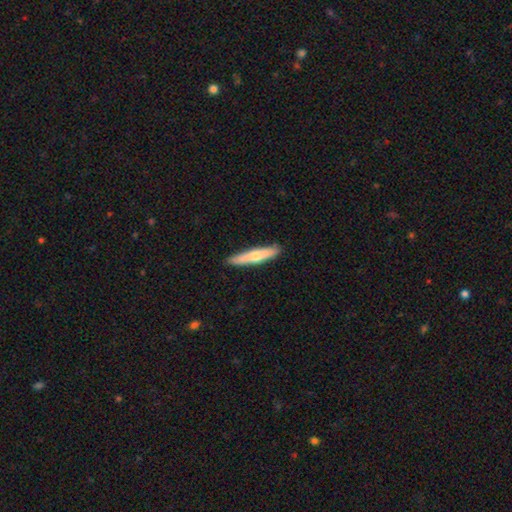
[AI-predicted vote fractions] A smooth galaxy with no disk features (57%) that is cigar-shaped (90%). Merging: none (90%).